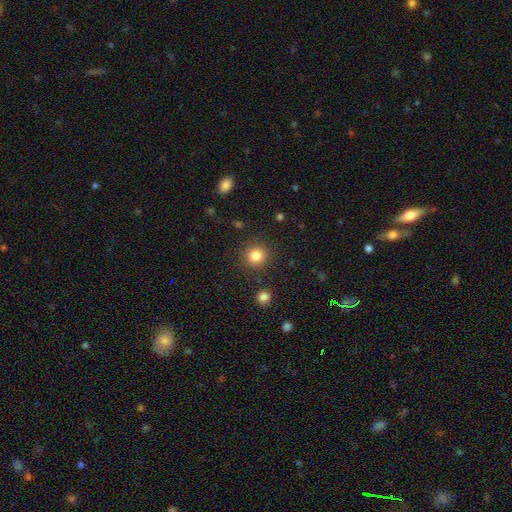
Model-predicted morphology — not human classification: This is clearly a smooth galaxy (83%). How rounded: clearly round (91%). Merging: clearly none (89%).